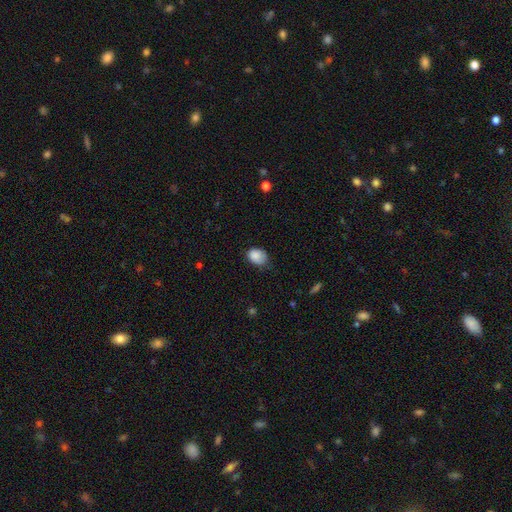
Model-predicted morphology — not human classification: smooth-or-featured: smooth: 87% | star or artifact: 8% | featured or disk: 5%
  how-rounded: in between: 65% | round: 34% | cigar-shaped: 1%
  merging: none: 52% | minor disturbance: 38% | major disturbance: 8% | merger: 2%